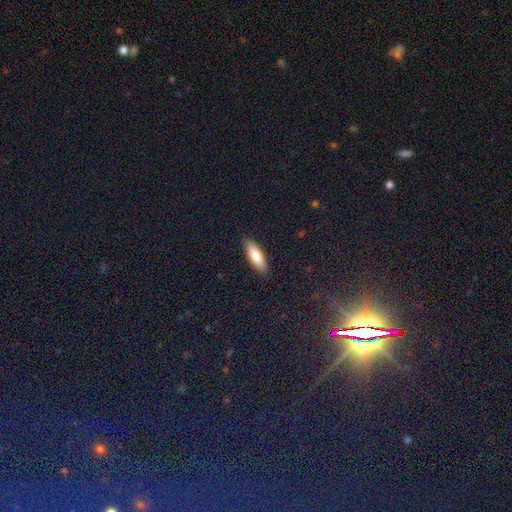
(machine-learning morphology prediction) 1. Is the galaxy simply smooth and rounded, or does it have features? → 74% smooth, 20% featured or disk, 6% star or artifact.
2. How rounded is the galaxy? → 55% in between, 43% cigar-shaped, 2% round.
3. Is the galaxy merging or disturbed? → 89% none, 8% minor disturbance, 2% major disturbance, 1% merger.